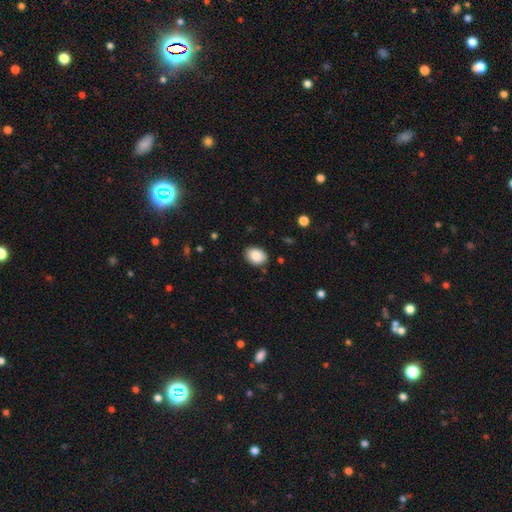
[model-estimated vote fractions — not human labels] A smooth galaxy with no disk features (86%) that is in between round and cigar-shaped (72%). Merging: none (87%).